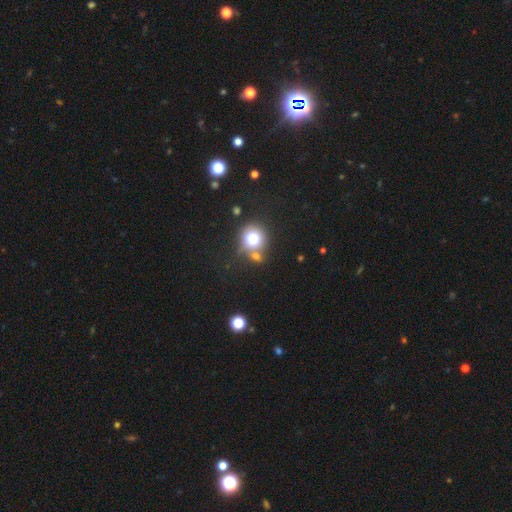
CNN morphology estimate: The model was most divided on "merging": none: 55%, merger: 27%, minor disturbance: 12%, major disturbance: 6%. More confident: how rounded — round (84%); smooth or featured — smooth (70%).